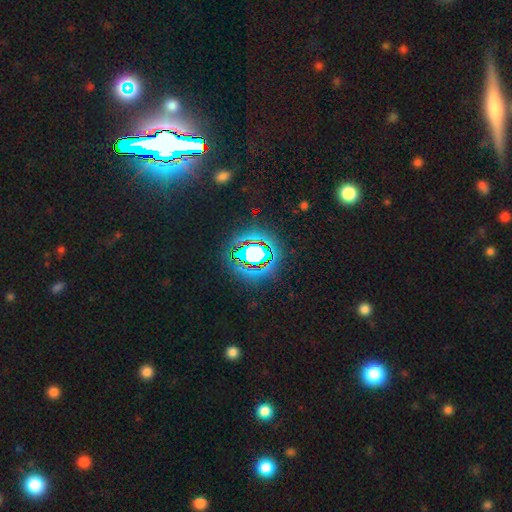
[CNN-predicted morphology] A star or artifact, not a galaxy (82%).